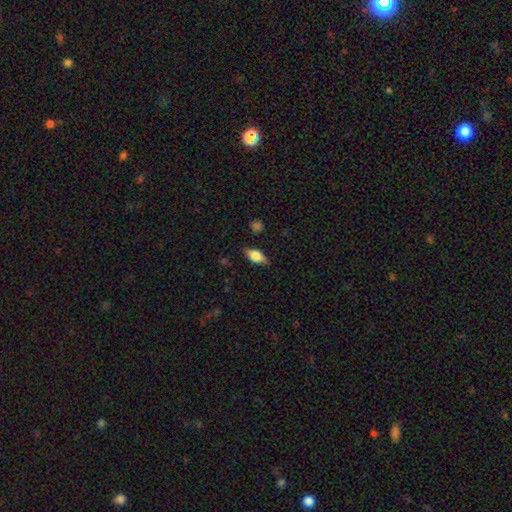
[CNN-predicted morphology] Smooth or featured?
  - smooth: 65% *
  - featured or disk: 27%
  - star or artifact: 8%
How rounded?
  - in between: 82% *
  - cigar-shaped: 12%
  - round: 6%
Merging?
  - none: 81% *
  - minor disturbance: 14%
  - major disturbance: 3%
  - merger: 1%